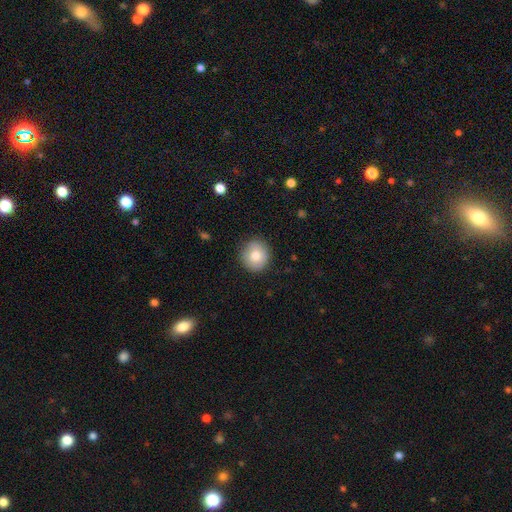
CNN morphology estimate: smooth_or_featured: smooth (p=0.80) [alt: featured or disk p=0.12]
how_rounded: round (p=0.90) [alt: in between p=0.09]
merging: none (p=0.87) [alt: minor disturbance p=0.10]